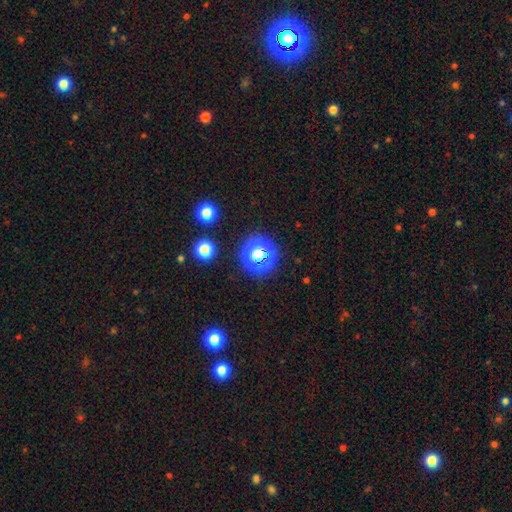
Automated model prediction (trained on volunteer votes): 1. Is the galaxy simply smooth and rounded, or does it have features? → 53% star or artifact, 38% smooth, 9% featured or disk.